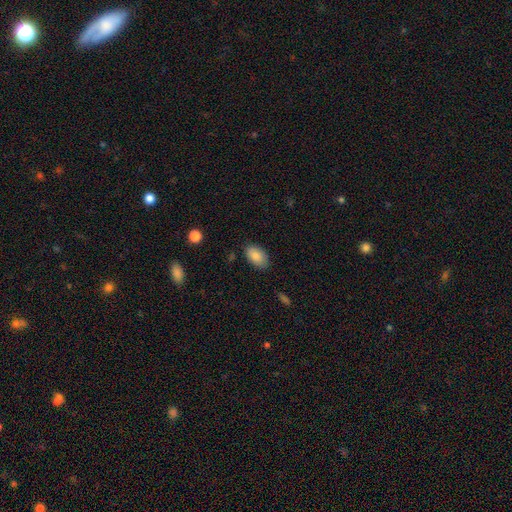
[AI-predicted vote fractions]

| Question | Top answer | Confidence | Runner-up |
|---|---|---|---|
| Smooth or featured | smooth | 86% | star or artifact (7%) |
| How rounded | in between | 92% | round (6%) |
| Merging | none | 83% | minor disturbance (13%) |